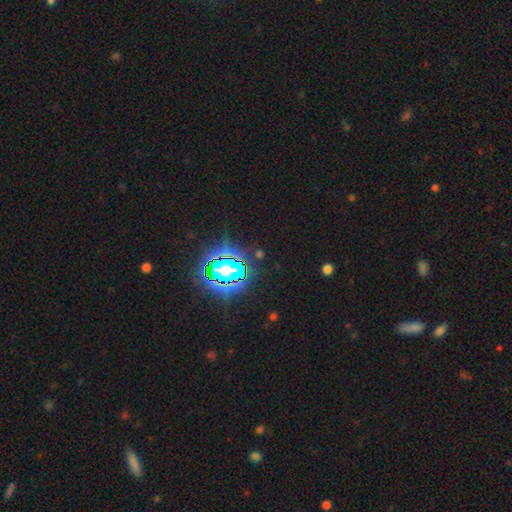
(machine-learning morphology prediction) Smooth or featured? star or artifact (77%)